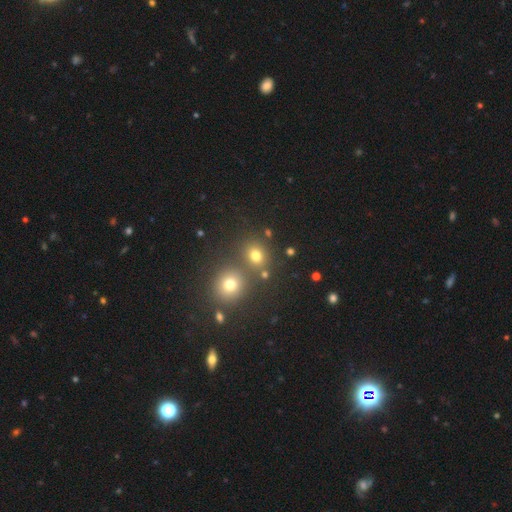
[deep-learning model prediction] Smooth or featured: smooth — 72% (star or artifact — 21%)
How rounded: round — 75% (in between — 24%)
Merging: none — 69% (merger — 19%)